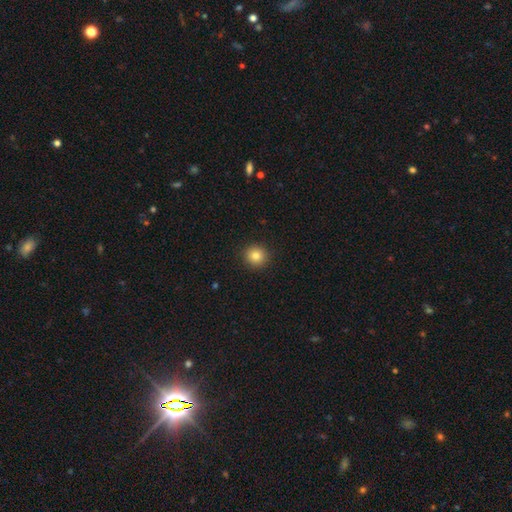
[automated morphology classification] A smooth galaxy with no disk features (82%) that is round (93%).

Vote fractions:
- Smooth or featured? smooth: 82% / star or artifact: 11% / featured or disk: 7%
- How rounded? round: 93% / in between: 6% / cigar-shaped: 1%
- Merging? none: 92% / minor disturbance: 5% / major disturbance: 2% / merger: 1%